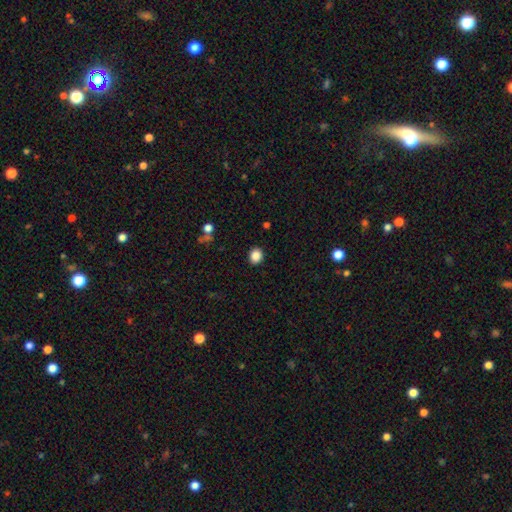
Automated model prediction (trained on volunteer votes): This appears to be a smooth galaxy with no disk features (86%) that is round (69%). Merging: none (90%).